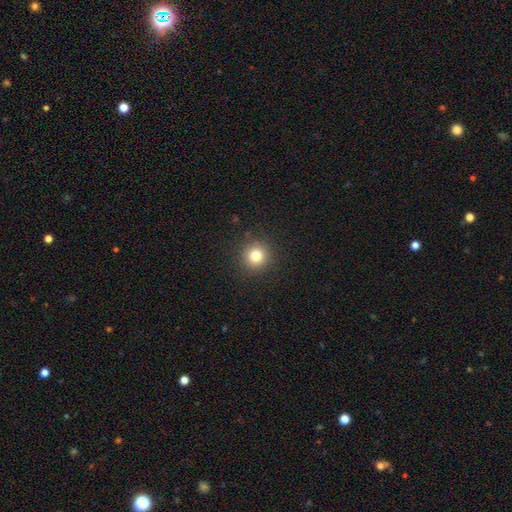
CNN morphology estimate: smooth_or_featured: smooth (p=0.80) [alt: star or artifact p=0.13]
how_rounded: round (p=0.95) [alt: in between p=0.04]
merging: none (p=0.91) [alt: minor disturbance p=0.05]